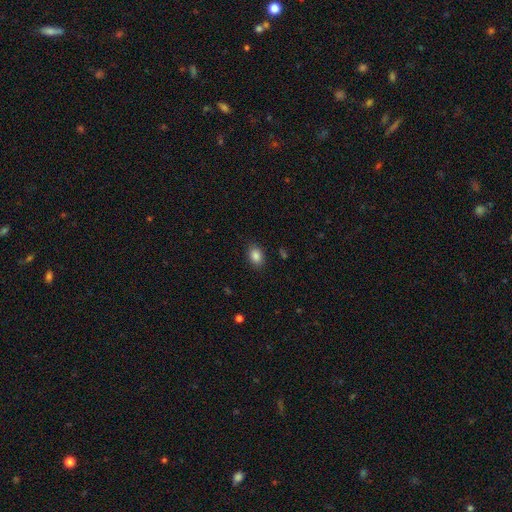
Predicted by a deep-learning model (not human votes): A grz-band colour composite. It shows a smooth galaxy with no disk features (86%) that is in between round and cigar-shaped (76%). Merging: none (86%).